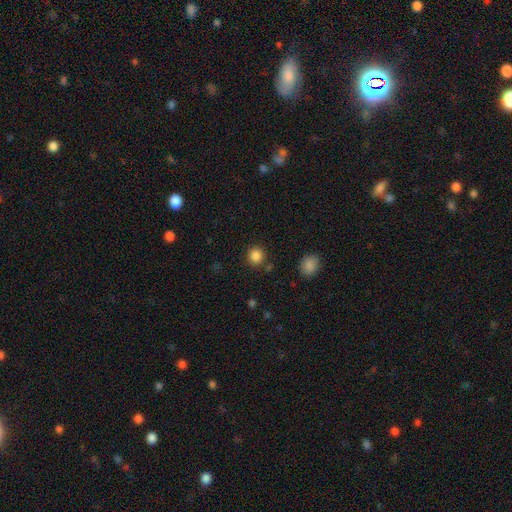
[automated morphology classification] smooth 85%, star or artifact 11%, featured or disk 4%. Down the decision tree: how rounded — round (89%); merging — none (85%).